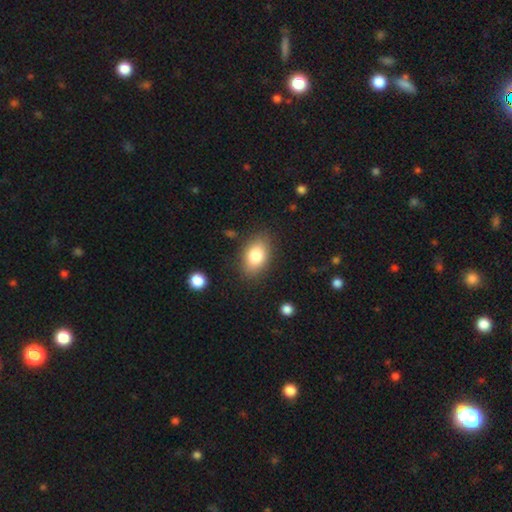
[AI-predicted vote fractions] A smooth galaxy with no disk features (81%) that is in between round and cigar-shaped (86%). Merging: none (83%).